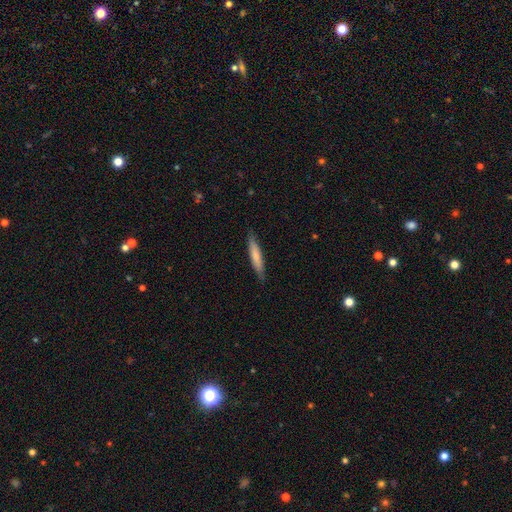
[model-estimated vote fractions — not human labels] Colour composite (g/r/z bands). It shows a smooth galaxy with no disk features (73%) that is cigar-shaped (91%). Merging: none (87%).